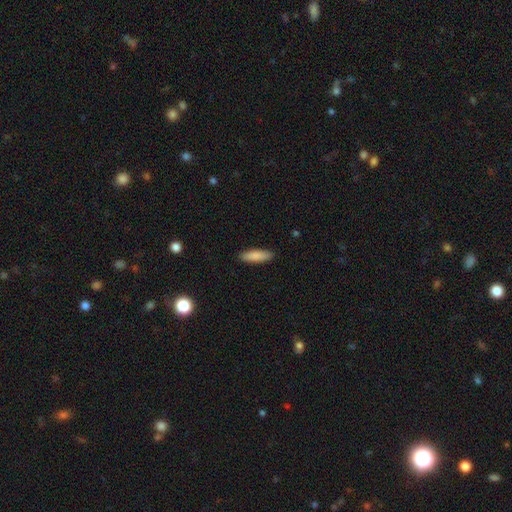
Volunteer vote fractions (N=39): Morphology: type=smooth (82%); roundness=in between (50%); merging=none (92%).